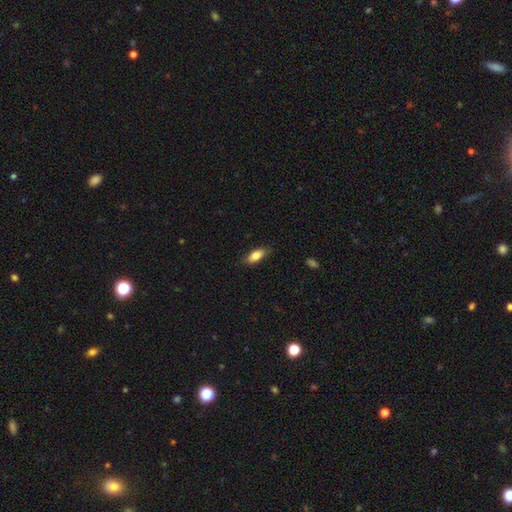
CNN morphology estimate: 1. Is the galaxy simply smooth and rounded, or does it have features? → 82% smooth, 11% featured or disk, 7% star or artifact.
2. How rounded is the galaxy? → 83% in between, 15% cigar-shaped, 3% round.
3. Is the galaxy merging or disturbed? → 84% none, 13% minor disturbance, 3% major disturbance, 1% merger.